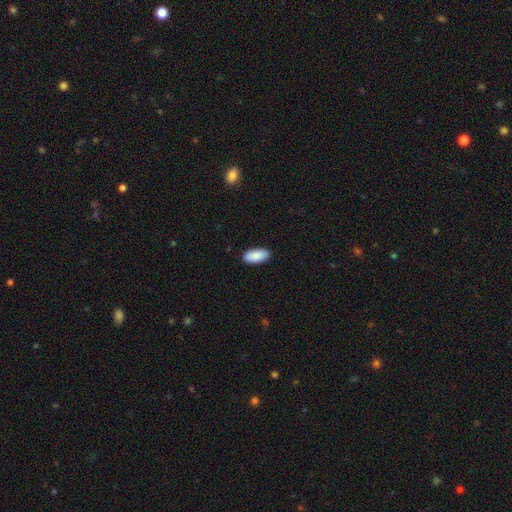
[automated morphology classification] Smooth or featured? Predicted: smooth (p=0.90). How rounded? Predicted: in between (p=0.92). Merging? Predicted: none (p=0.90).